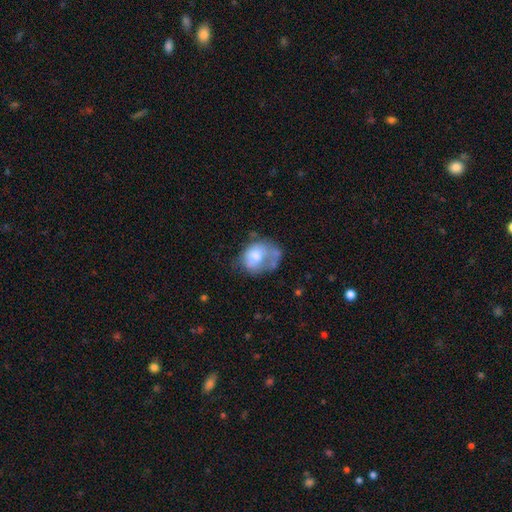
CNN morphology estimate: Q: Smooth or featured?
A: smooth (58%); runner-up: featured or disk (34%)
Q: How rounded?
A: in between (58%); runner-up: round (41%)
Q: Merging?
A: major disturbance (31%); runner-up: none (28%)